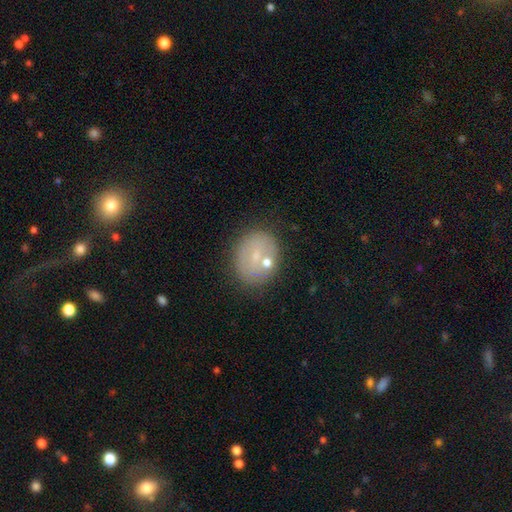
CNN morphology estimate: The model was most divided on "how rounded": round: 60%, in between: 38%, cigar-shaped: 1%. More confident: merging — none (71%); smooth or featured — smooth (55%).